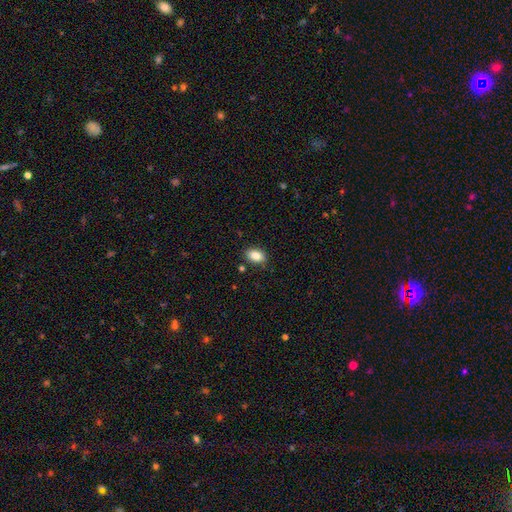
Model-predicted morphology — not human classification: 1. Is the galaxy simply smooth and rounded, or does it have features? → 85% smooth, 8% star or artifact, 6% featured or disk.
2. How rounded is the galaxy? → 87% in between, 11% round, 2% cigar-shaped.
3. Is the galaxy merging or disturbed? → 84% none, 11% minor disturbance, 2% major disturbance, 2% merger.